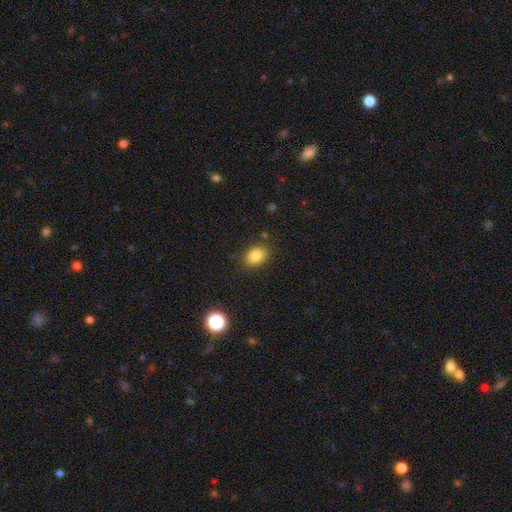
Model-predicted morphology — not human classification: Smooth or featured?
  - smooth: 85% *
  - star or artifact: 10%
  - featured or disk: 5%
How rounded?
  - in between: 73% *
  - round: 26%
  - cigar-shaped: 1%
Merging?
  - none: 83% *
  - minor disturbance: 12%
  - major disturbance: 3%
  - merger: 2%